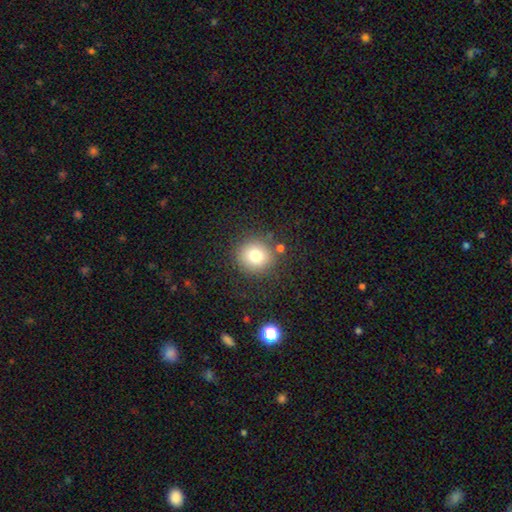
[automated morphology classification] smooth-or-featured: smooth: 77% | star or artifact: 13% | featured or disk: 10%
  how-rounded: round: 91% | in between: 8% | cigar-shaped: 1%
  merging: none: 84% | minor disturbance: 9% | merger: 4% | major disturbance: 4%